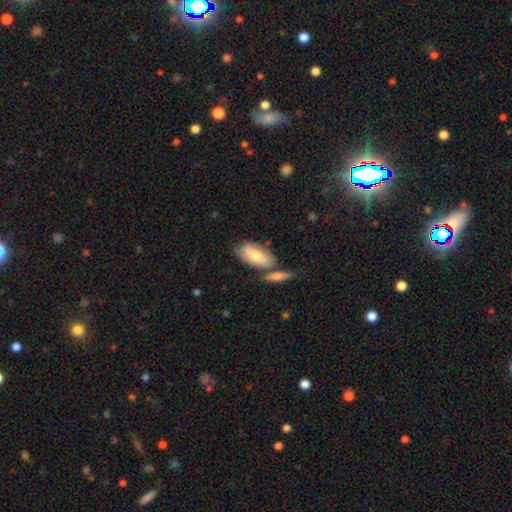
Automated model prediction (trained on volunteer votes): smooth_or_featured: smooth (p=0.67) [alt: featured or disk p=0.27]
how_rounded: in between (p=0.86) [alt: cigar-shaped p=0.11]
merging: none (p=0.51) [alt: merger p=0.26]